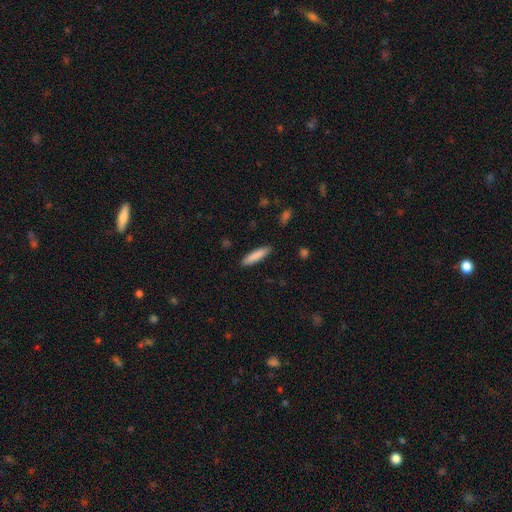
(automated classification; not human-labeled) This is clearly a smooth galaxy (85%). How rounded: clearly cigar-shaped (81%). Merging: clearly none (89%).